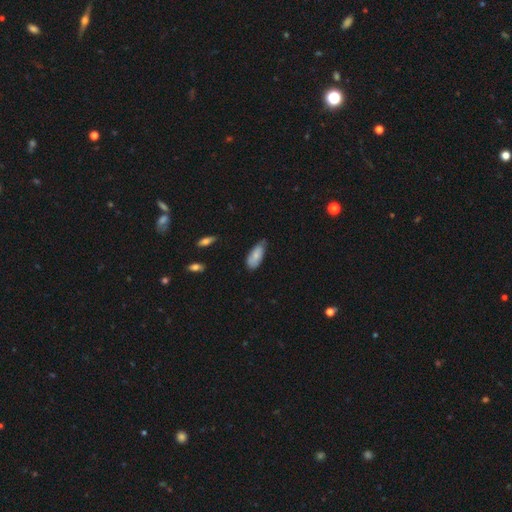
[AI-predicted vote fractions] This appears to be a smooth galaxy with no disk features (74%) that is in between round and cigar-shaped (86%). Merging: none (47%).